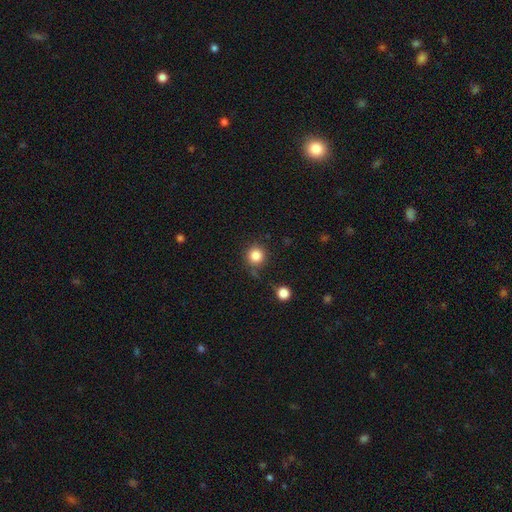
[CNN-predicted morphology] smooth_or_featured: smooth (p=0.84) [alt: star or artifact p=0.11]
how_rounded: round (p=0.94) [alt: in between p=0.05]
merging: none (p=0.79) [alt: minor disturbance p=0.12]